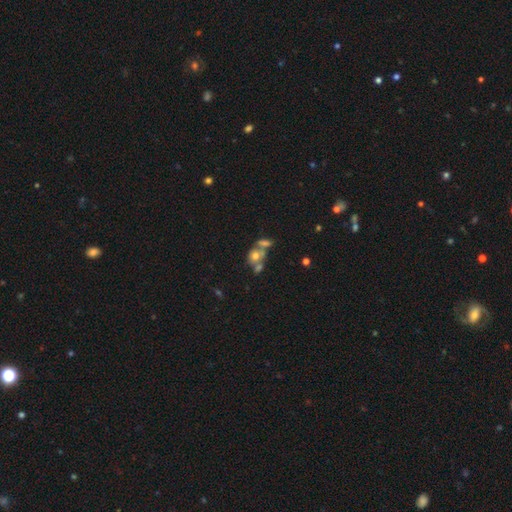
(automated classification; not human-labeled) smooth 58%, featured or disk 28%, star or artifact 14%. Down the decision tree: how rounded — round (55%); merging — merger (50%).